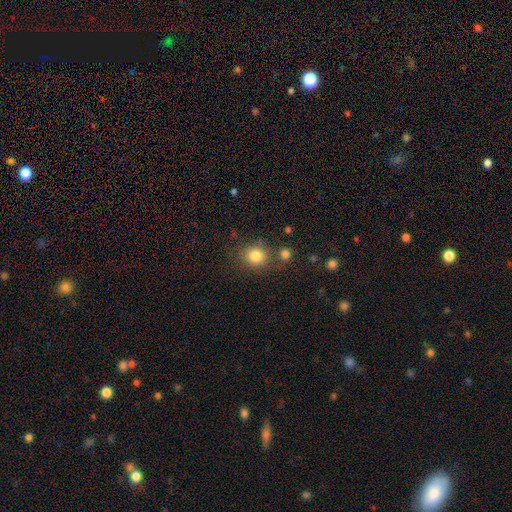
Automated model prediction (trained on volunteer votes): A smooth galaxy with no disk features (82%) that is round (80%).

Vote fractions:
- Smooth or featured? smooth: 82% / star or artifact: 12% / featured or disk: 6%
- How rounded? round: 80% / in between: 19% / cigar-shaped: 1%
- Merging? none: 77% / minor disturbance: 11% / merger: 8% / major disturbance: 4%